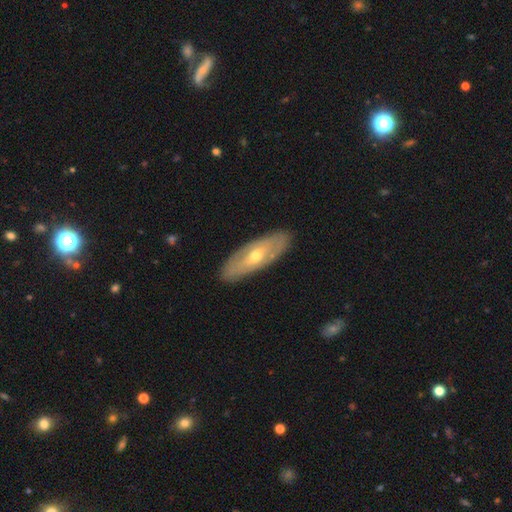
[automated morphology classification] Smooth or featured? Predicted: featured or disk (p=0.61). Edge-on disk? Predicted: no (p=0.72). Merging? Predicted: none (p=0.87).